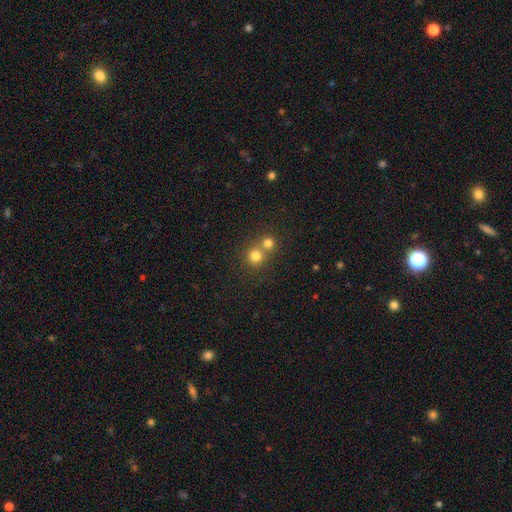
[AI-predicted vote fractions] Q: Smooth or featured?
A: smooth (78%); runner-up: star or artifact (15%)
Q: How rounded?
A: round (91%); runner-up: in between (8%)
Q: Merging?
A: none (50%); runner-up: merger (44%)